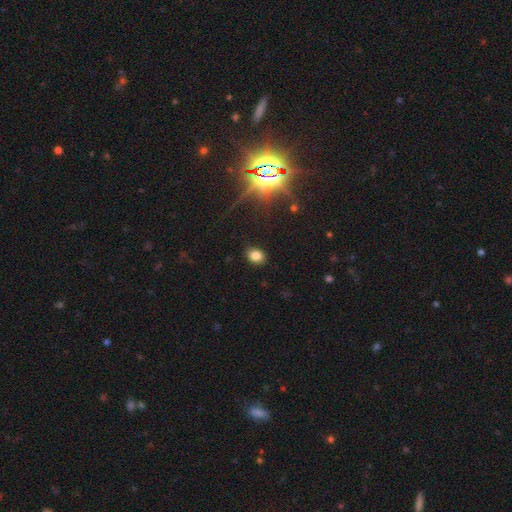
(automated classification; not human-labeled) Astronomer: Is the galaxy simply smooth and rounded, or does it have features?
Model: smooth — 80%.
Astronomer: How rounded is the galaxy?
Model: in between — 66%.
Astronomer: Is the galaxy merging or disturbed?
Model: none — 88%.